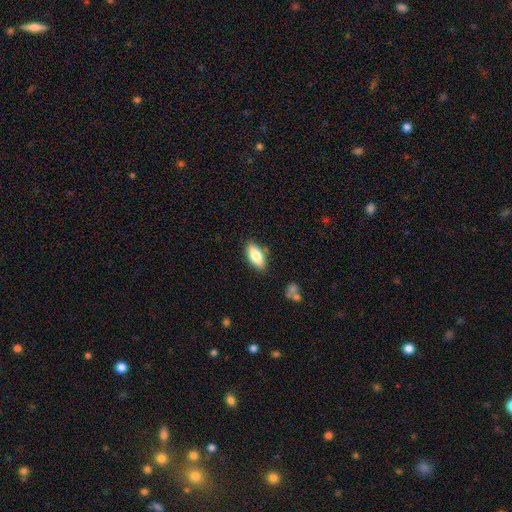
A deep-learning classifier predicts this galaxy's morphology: Overall: smooth (79%). How rounded: in between (83%). Merging: none (81%).